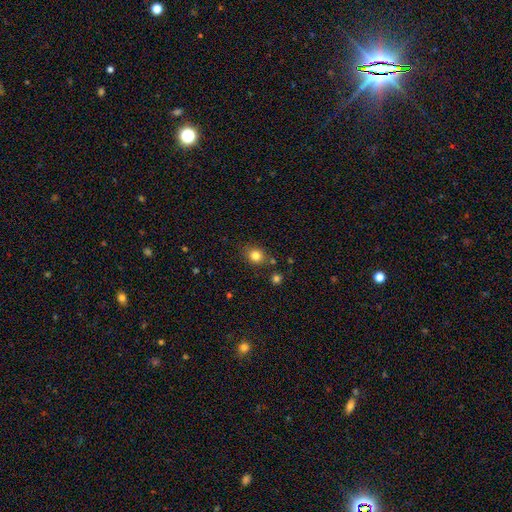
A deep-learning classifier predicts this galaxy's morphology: Q: Smooth or featured?
A: smooth (81%); runner-up: star or artifact (12%)
Q: How rounded?
A: round (67%); runner-up: in between (32%)
Q: Merging?
A: none (79%); runner-up: minor disturbance (12%)